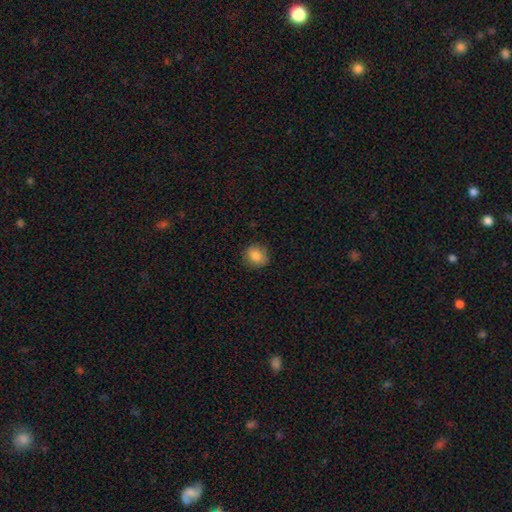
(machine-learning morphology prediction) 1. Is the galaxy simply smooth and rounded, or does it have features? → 85% smooth, 9% star or artifact, 6% featured or disk.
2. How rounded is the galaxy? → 65% round, 34% in between, 1% cigar-shaped.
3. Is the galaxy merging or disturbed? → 83% none, 13% minor disturbance, 3% major disturbance, 1% merger.